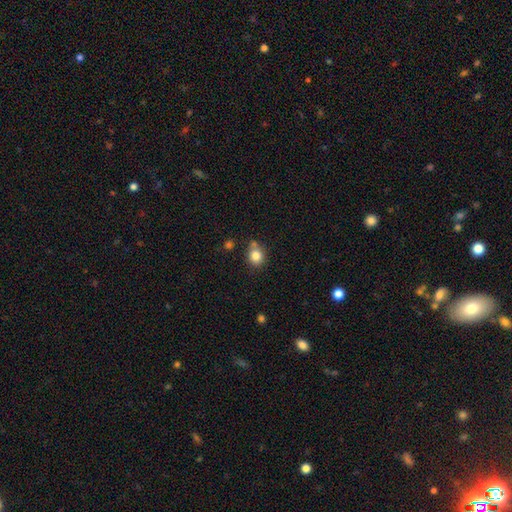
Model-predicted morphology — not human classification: Q: Smooth or featured?
A: smooth (83%); runner-up: star or artifact (11%)
Q: How rounded?
A: round (74%); runner-up: in between (25%)
Q: Merging?
A: none (68%); runner-up: minor disturbance (16%)